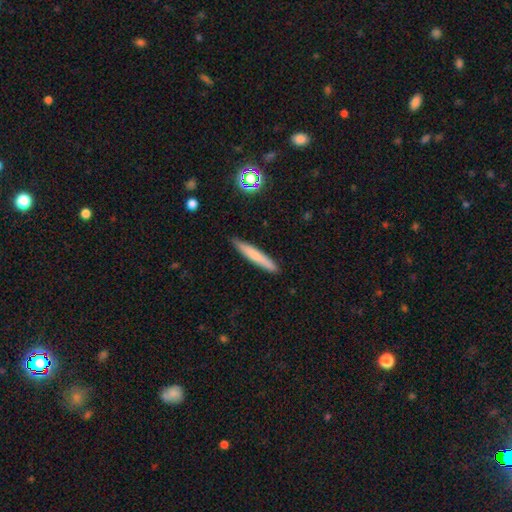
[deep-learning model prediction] Smooth or featured? smooth (71%)
How rounded? cigar-shaped (95%)
Merging? none (88%)